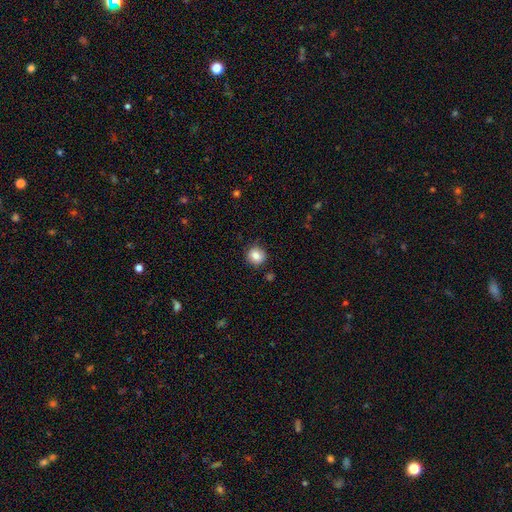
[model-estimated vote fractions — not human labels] Smooth or featured?
  - smooth: 82% *
  - star or artifact: 10%
  - featured or disk: 8%
How rounded?
  - round: 89% *
  - in between: 10%
  - cigar-shaped: 1%
Merging?
  - none: 86% *
  - minor disturbance: 10%
  - major disturbance: 2%
  - merger: 2%